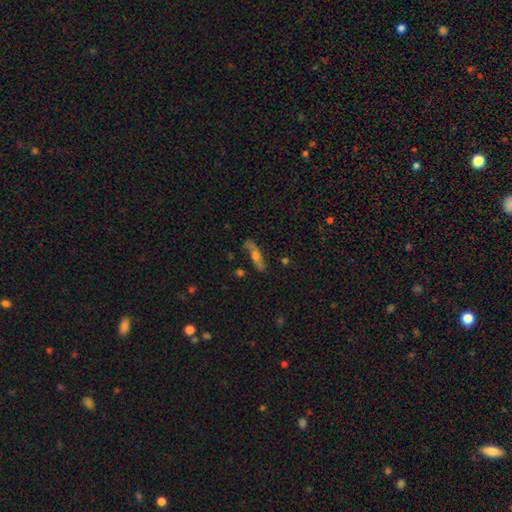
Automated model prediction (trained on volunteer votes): This appears to be a featured or disk galaxy (49%). Merging: none (69%).